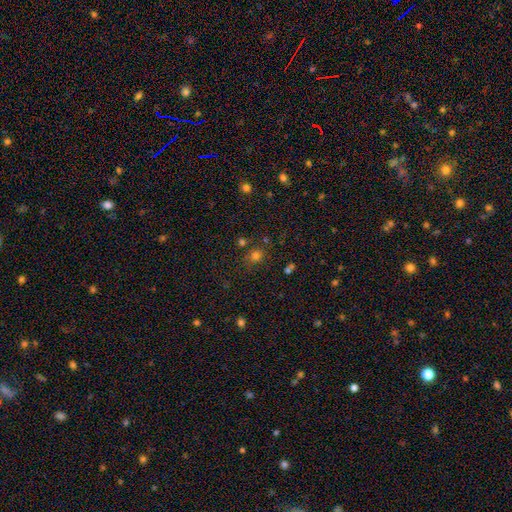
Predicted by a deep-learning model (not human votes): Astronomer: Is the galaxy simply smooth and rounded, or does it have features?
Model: smooth — 68%.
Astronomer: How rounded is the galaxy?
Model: round — 70%.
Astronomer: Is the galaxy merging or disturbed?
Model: none — 72%.